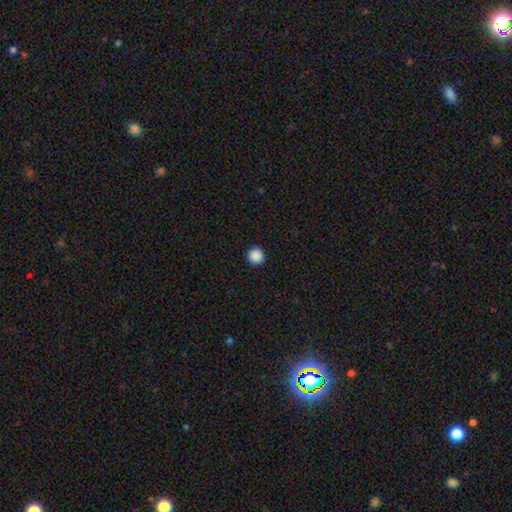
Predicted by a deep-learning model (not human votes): smooth-or-featured: smooth: 89% | star or artifact: 9% | featured or disk: 2%
  how-rounded: round: 96% | in between: 3% | cigar-shaped: 1%
  merging: none: 94% | minor disturbance: 4% | major disturbance: 1% | merger: 1%